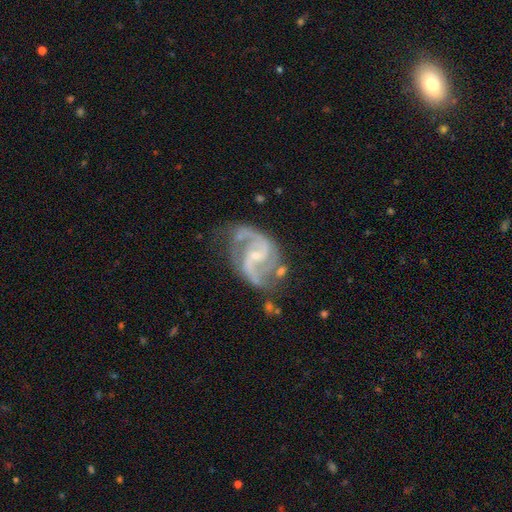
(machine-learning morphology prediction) This is clearly a featured or disk galaxy (92%). It is clearly not viewed edge-on (98%). Bar: possibly weak (49%). Spiral arm pattern: clearly yes (98%). Spiral arm count: clearly 2 (89%). Spiral winding: possibly medium (60%). Central bulge: likely small (72%). Merging: possibly none (59%).